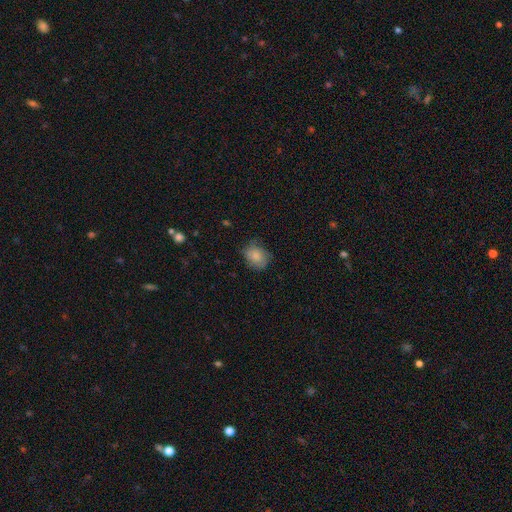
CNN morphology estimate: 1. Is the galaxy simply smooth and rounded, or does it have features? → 80% smooth, 12% featured or disk, 8% star or artifact.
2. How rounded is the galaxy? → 56% round, 43% in between, 1% cigar-shaped.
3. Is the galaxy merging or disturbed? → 67% none, 24% minor disturbance, 7% major disturbance, 1% merger.